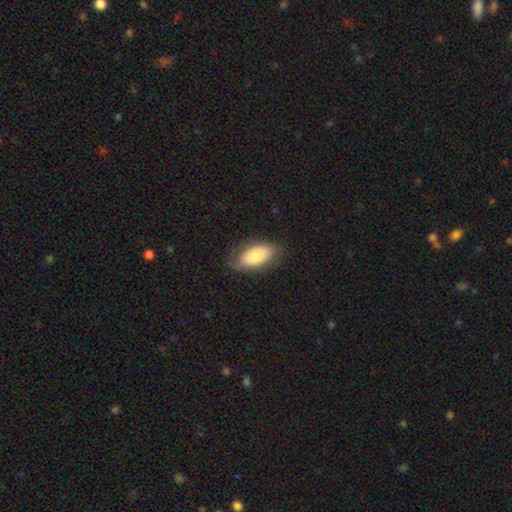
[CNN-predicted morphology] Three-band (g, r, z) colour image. It shows a smooth galaxy with no disk features (78%) that is in between round and cigar-shaped (93%). Merging: none (73%).